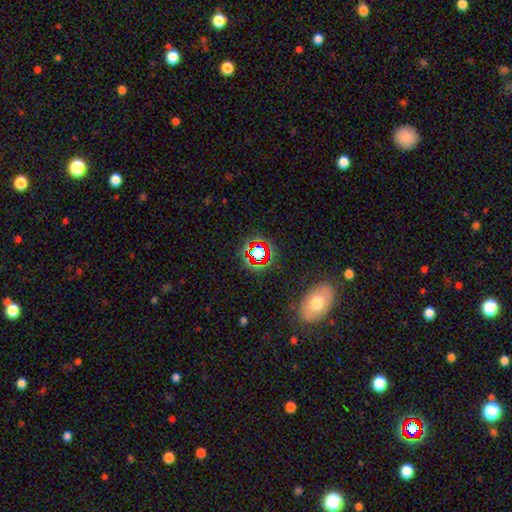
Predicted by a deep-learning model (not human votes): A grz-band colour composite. It shows a star or artifact, not a galaxy (62%).